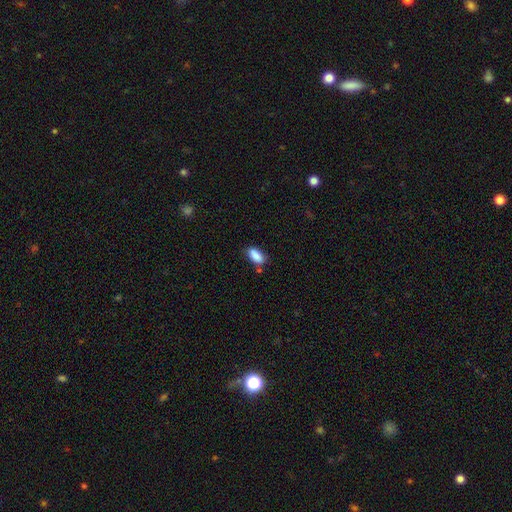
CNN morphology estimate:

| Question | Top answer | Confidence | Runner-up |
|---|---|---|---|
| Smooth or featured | smooth | 87% | star or artifact (7%) |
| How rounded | in between | 86% | cigar-shaped (10%) |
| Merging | none | 71% | minor disturbance (19%) |